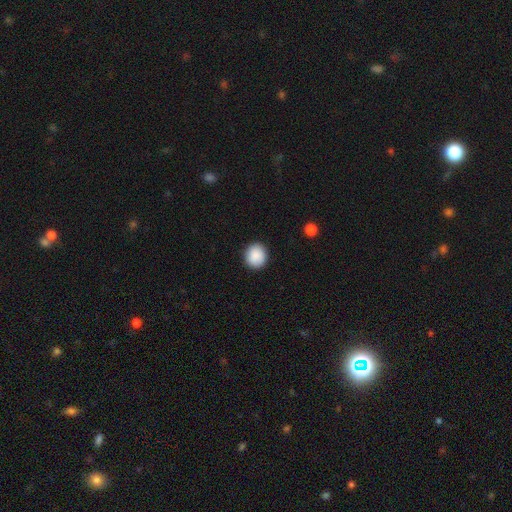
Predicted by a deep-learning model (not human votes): This appears to be a smooth galaxy with no disk features (89%) that is round (85%). Merging: none (91%).